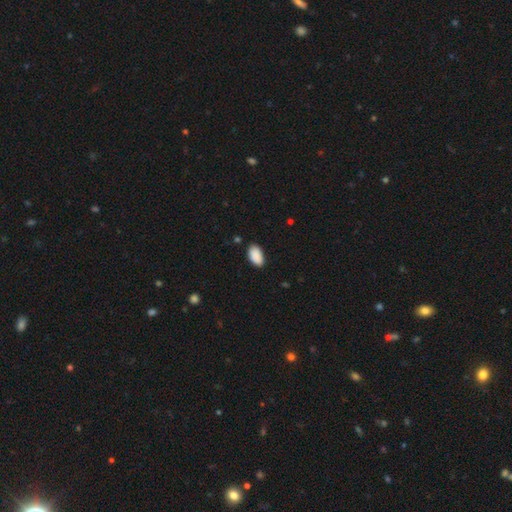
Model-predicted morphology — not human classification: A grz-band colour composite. It shows a smooth galaxy with no disk features (90%) that is in between round and cigar-shaped (95%). Merging: none (84%).